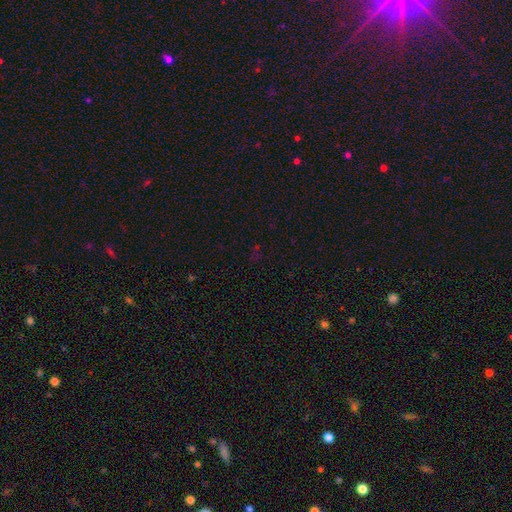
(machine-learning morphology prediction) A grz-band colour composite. It shows a star or artifact, not a galaxy (67%).